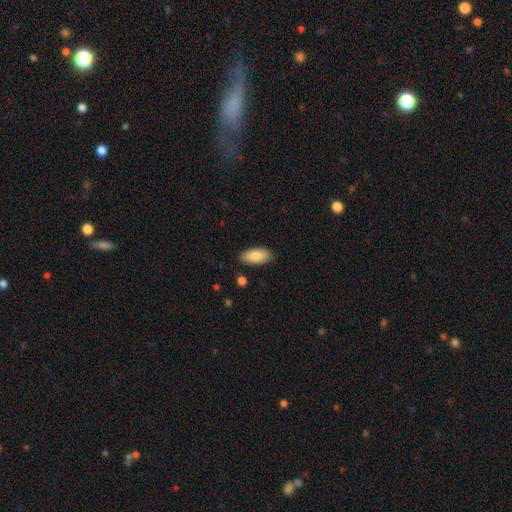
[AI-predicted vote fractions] Overall: smooth (86%). How rounded: in between (90%). Merging: none (86%).